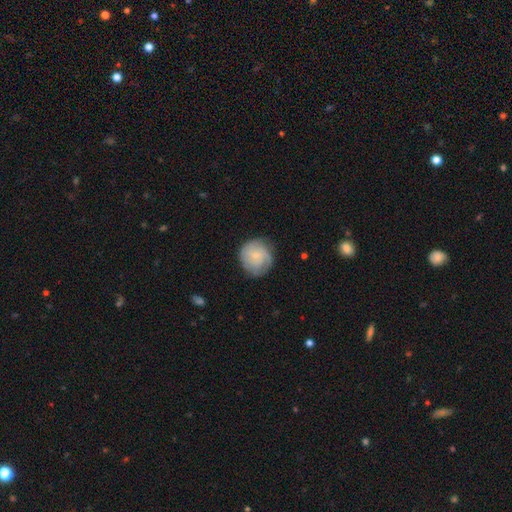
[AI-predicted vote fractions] smooth_or_featured: smooth (p=0.47) [alt: featured or disk p=0.46]
merging: none (p=0.71) [alt: minor disturbance p=0.21]